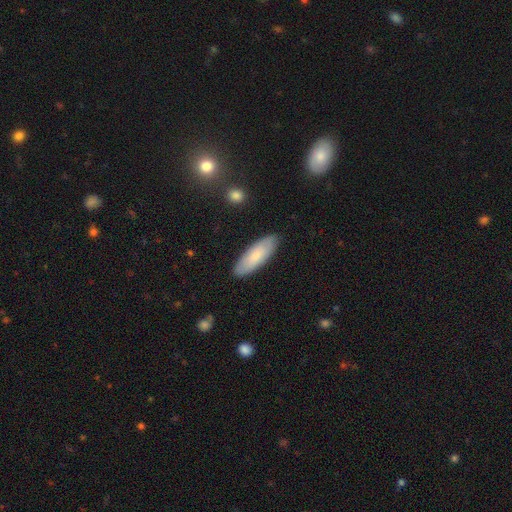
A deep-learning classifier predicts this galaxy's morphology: Smooth or featured: smooth — 75% (featured or disk — 20%)
How rounded: in between — 61% (cigar-shaped — 37%)
Merging: none — 87% (minor disturbance — 10%)